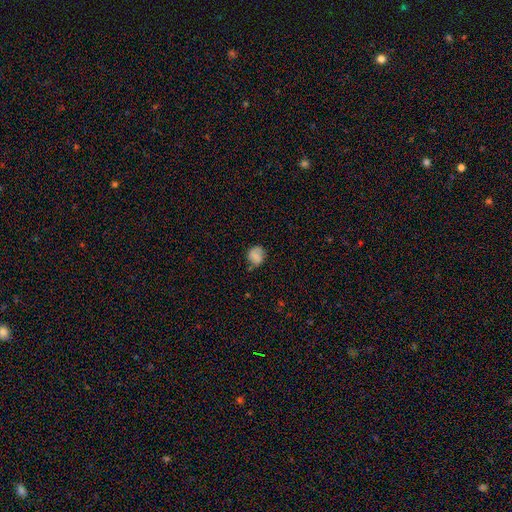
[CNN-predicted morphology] This appears to be a smooth galaxy with no disk features (70%) that is round (71%). Merging: none (65%).